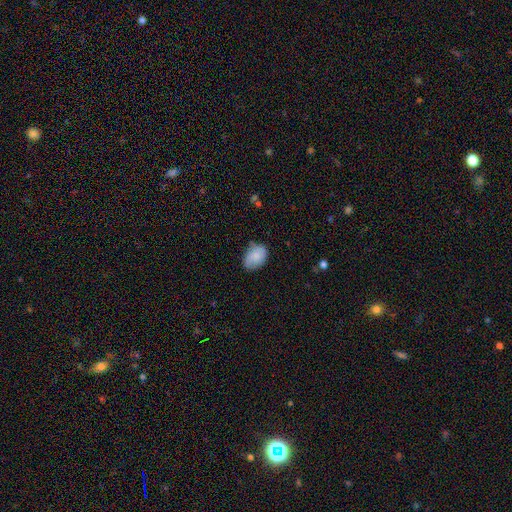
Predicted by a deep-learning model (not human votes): smooth-or-featured: smooth: 80% | featured or disk: 13% | star or artifact: 7%
  how-rounded: in between: 80% | round: 19% | cigar-shaped: 1%
  merging: none: 56% | minor disturbance: 33% | major disturbance: 8% | merger: 2%